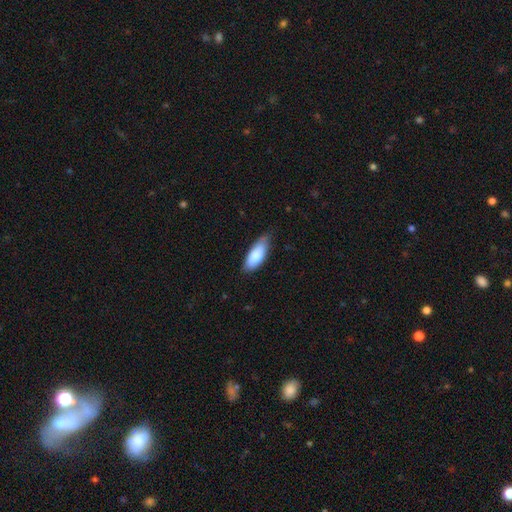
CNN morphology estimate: Smooth or featured: smooth — 85% (featured or disk — 10%)
How rounded: in between — 78% (cigar-shaped — 20%)
Merging: none — 71% (minor disturbance — 24%)